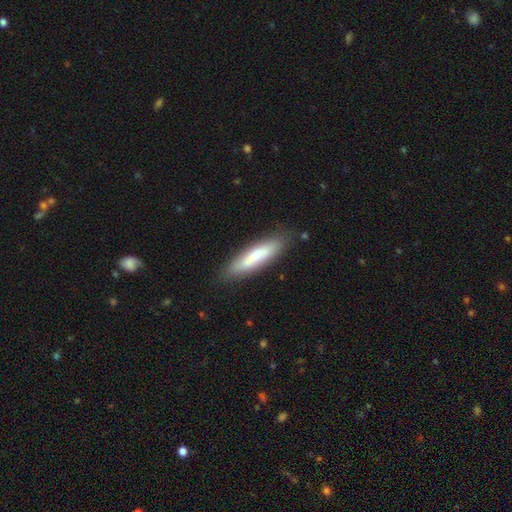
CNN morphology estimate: A smooth galaxy with no disk features (65%) that is cigar-shaped (80%). Merging: none (87%).